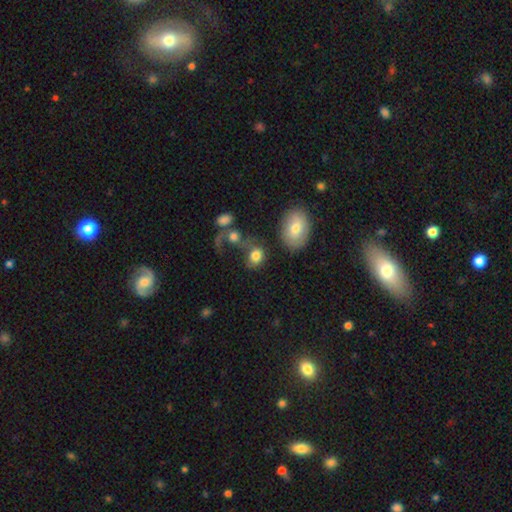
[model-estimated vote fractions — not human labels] This appears to be a smooth galaxy with no disk features (78%) that is in between round and cigar-shaped (51%). Merging: none (40%).